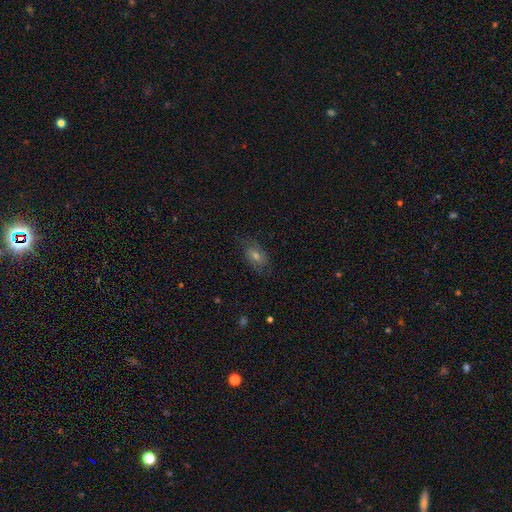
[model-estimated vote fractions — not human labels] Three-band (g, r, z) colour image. It shows a featured or disk galaxy (50%). Merging: none (75%).